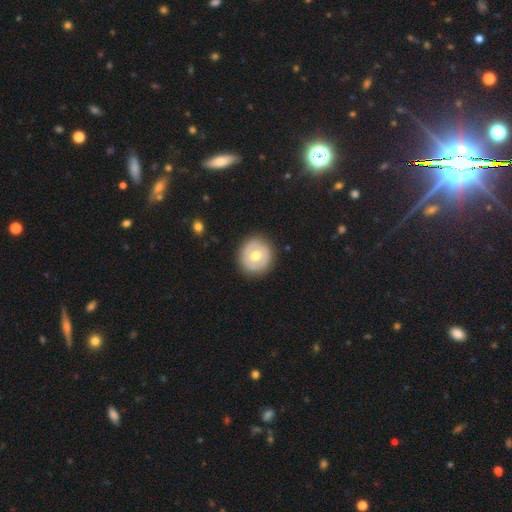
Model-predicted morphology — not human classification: A smooth galaxy with no disk features (52%) that is round (91%). Merging: none (88%).